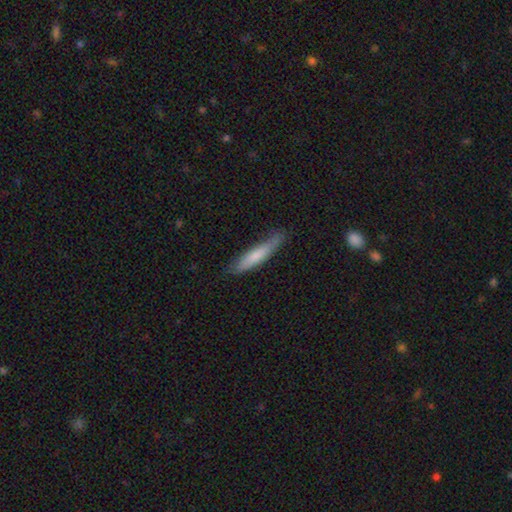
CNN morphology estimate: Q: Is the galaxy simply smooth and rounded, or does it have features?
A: smooth — 72%.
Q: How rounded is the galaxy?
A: cigar-shaped — 87%.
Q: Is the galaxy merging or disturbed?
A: none — 71%.